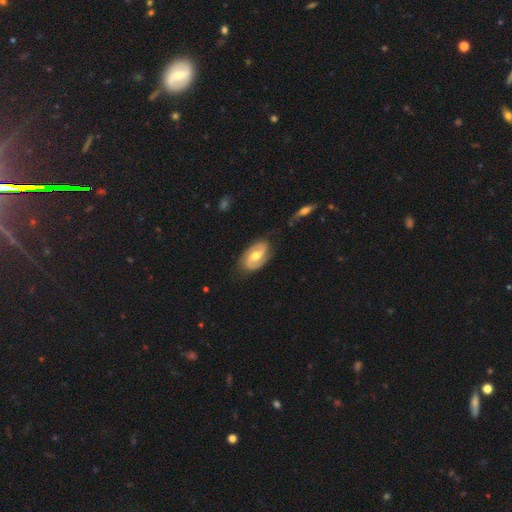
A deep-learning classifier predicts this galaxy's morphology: This is likely a featured or disk galaxy (76%). It is clearly not viewed edge-on (96%). Bar: possibly weak (45%). Spiral arm pattern: clearly yes (91%). Spiral arm count: clearly 2 (88%). Spiral winding: marginally medium (44%). Central bulge: likely moderate (73%). Merging: likely none (79%).